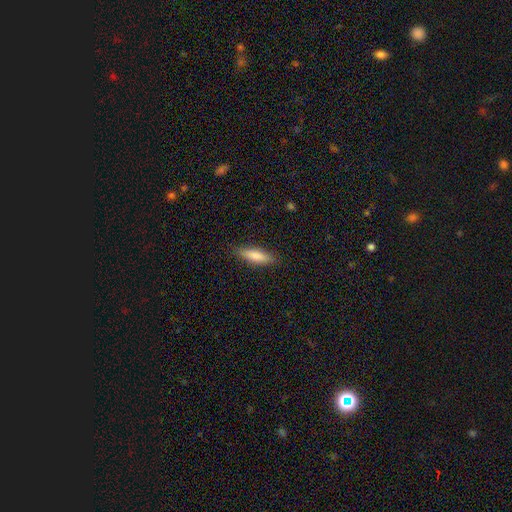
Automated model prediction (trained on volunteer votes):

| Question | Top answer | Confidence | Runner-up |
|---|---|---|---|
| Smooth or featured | smooth | 81% | featured or disk (13%) |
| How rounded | cigar-shaped | 61% | in between (37%) |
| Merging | none | 87% | minor disturbance (9%) |